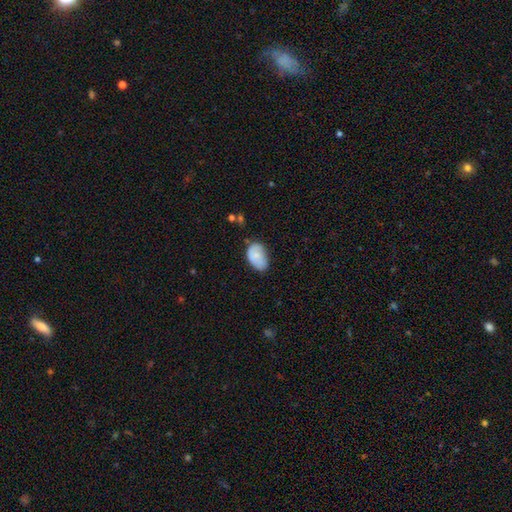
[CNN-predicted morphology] type=smooth (77%); roundness=in between (90%); merging=none (52%).